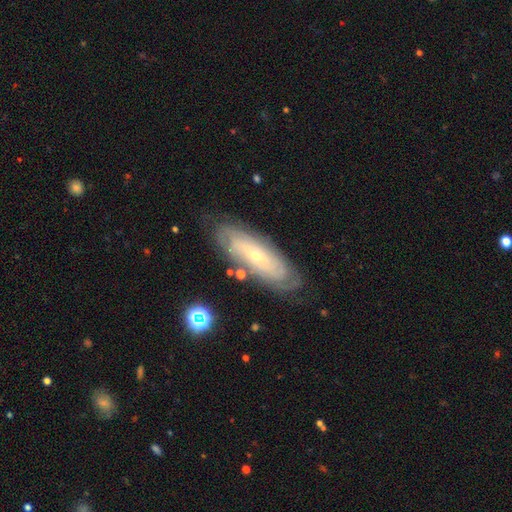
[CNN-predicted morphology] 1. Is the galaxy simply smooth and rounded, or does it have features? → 76% featured or disk, 17% smooth, 7% star or artifact.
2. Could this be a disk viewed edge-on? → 84% no, 16% yes.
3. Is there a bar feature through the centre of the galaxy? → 73% no, 20% weak, 7% strong.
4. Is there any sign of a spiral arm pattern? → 87% yes, 13% no.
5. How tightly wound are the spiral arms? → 79% tight, 17% medium, 5% loose.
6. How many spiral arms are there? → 63% can't tell, 12% 2, 8% 4, 7% 3, 6% more than 4, 4% 1.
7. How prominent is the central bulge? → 79% small, 17% moderate, 1% none, 1% large, 1% dominant.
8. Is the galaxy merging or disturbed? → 78% none, 16% minor disturbance, 4% major disturbance, 2% merger.